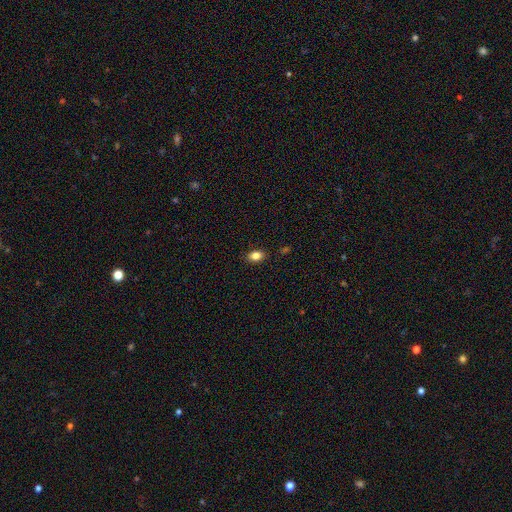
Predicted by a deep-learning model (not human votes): Morphology: type=smooth (82%); roundness=in between (77%); merging=none (88%).